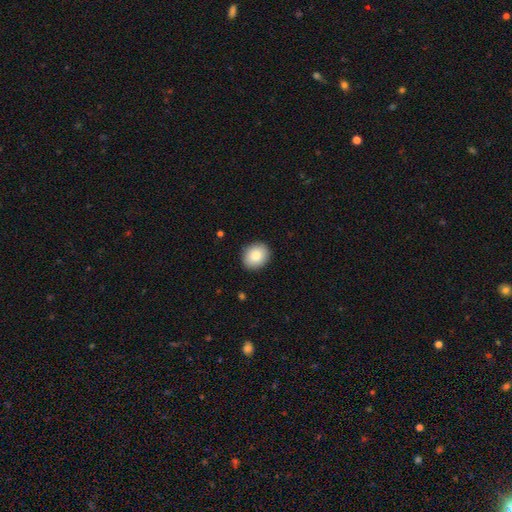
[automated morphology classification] Smooth or featured? smooth (85%)
How rounded? round (56%)
Merging? none (90%)